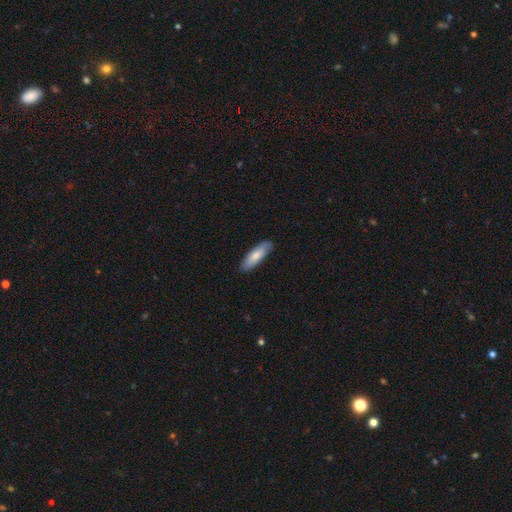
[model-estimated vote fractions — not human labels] Smooth or featured? smooth (78%)
How rounded? cigar-shaped (56%)
Merging? none (87%)